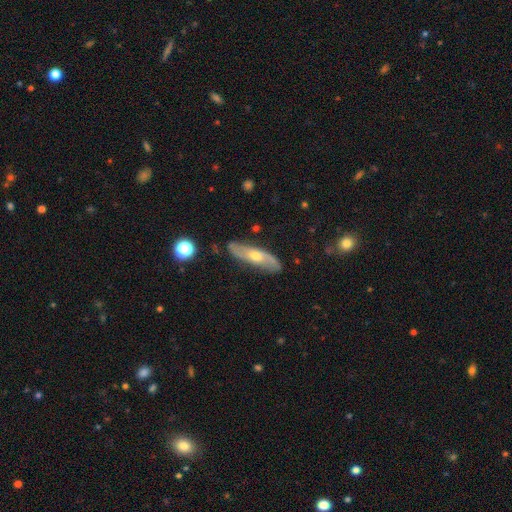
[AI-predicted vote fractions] smooth_or_featured: featured or disk (p=0.66) [alt: smooth p=0.28]
disk_edge_on: no (p=0.65) [alt: yes p=0.35]
merging: none (p=0.81) [alt: minor disturbance p=0.14]